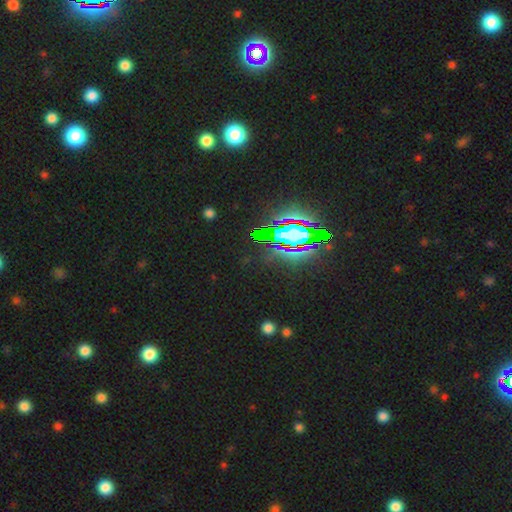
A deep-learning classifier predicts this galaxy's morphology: Smooth or featured: star or artifact — 84% (smooth — 8%)